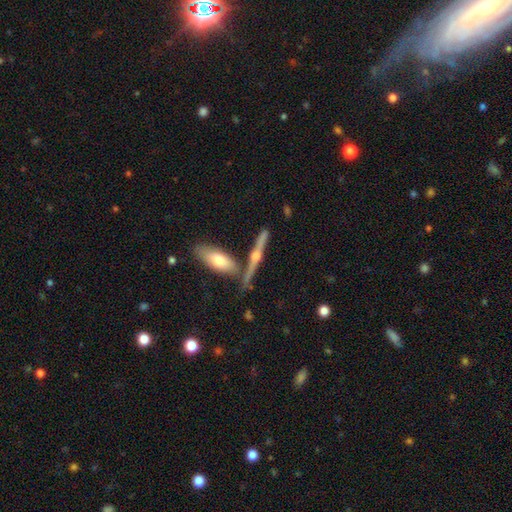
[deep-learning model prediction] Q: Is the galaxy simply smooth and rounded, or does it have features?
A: featured or disk — 72%.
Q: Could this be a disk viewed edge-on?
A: yes — 96%.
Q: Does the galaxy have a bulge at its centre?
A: rounded — 90%.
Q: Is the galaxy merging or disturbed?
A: none — 68%.